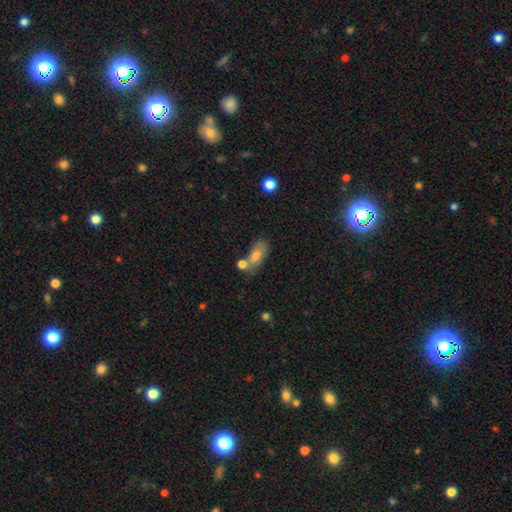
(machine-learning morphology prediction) Smooth or featured? Predicted: smooth (p=0.71). How rounded? Predicted: in between (p=0.82). Merging? Predicted: none (p=0.44).